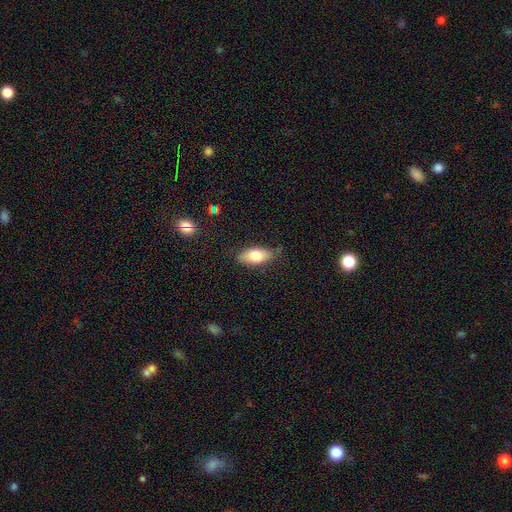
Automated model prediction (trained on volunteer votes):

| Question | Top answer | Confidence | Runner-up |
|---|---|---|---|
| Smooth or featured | smooth | 75% | featured or disk (18%) |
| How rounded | in between | 85% | cigar-shaped (11%) |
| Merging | none | 78% | minor disturbance (17%) |